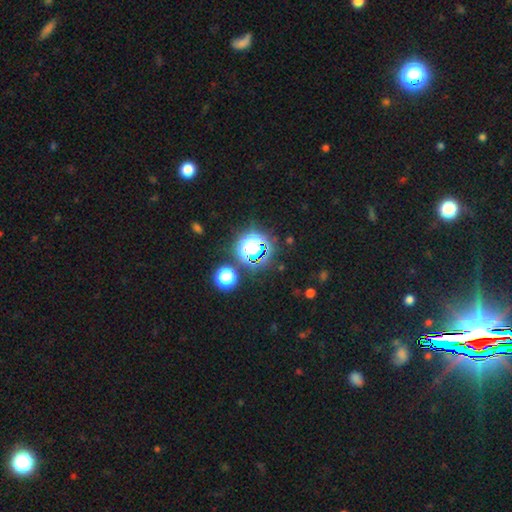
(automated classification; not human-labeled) Q: Smooth or featured?
A: star or artifact (61%); runner-up: smooth (29%)